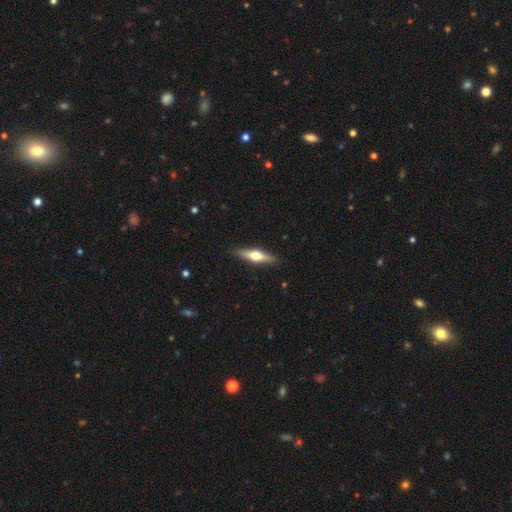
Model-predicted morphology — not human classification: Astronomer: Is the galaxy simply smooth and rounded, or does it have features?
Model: featured or disk — 53% (runner-up: smooth, 42%).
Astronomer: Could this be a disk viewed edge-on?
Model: yes — 94%.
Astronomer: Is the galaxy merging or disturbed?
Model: none — 89%.